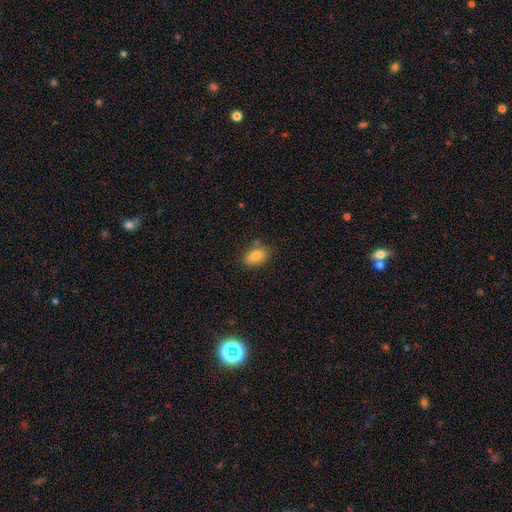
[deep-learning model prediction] Morphology: type=smooth (84%); roundness=in between (89%); merging=none (74%).